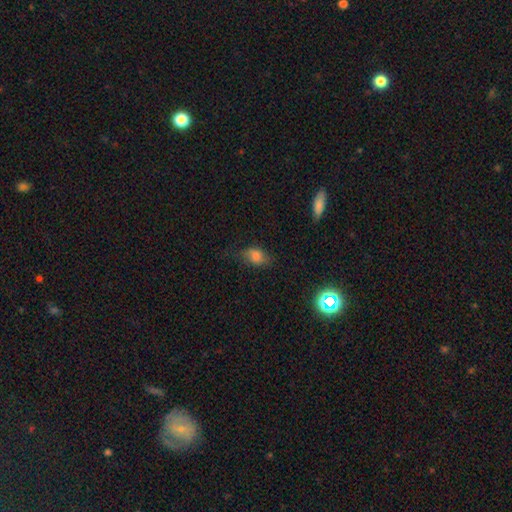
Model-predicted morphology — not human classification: This appears to be a smooth galaxy with no disk features (75%) that is in between round and cigar-shaped (77%). Merging: none (61%).